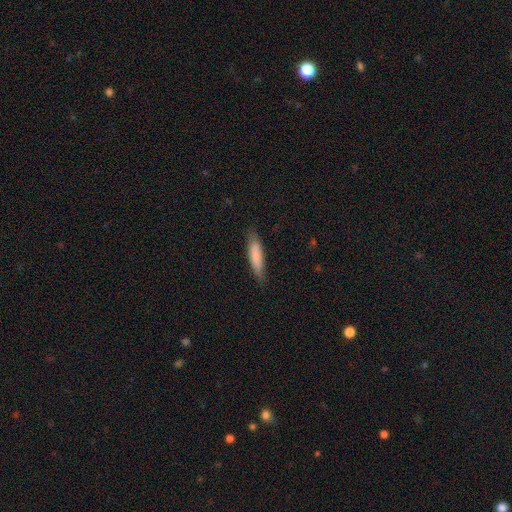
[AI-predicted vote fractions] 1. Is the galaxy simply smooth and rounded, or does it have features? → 83% smooth, 12% featured or disk, 5% star or artifact.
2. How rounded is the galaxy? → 74% cigar-shaped, 25% in between, 1% round.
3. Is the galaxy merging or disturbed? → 82% none, 14% minor disturbance, 3% major disturbance, 1% merger.